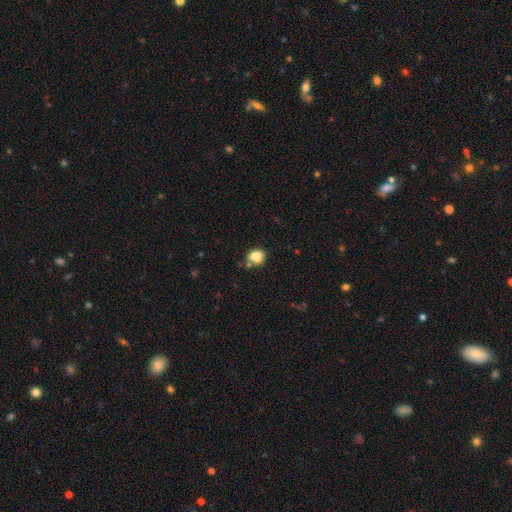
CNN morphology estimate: Q: Smooth or featured?
A: smooth (77%); runner-up: featured or disk (12%)
Q: How rounded?
A: round (52%); runner-up: in between (47%)
Q: Merging?
A: none (49%); runner-up: minor disturbance (22%)